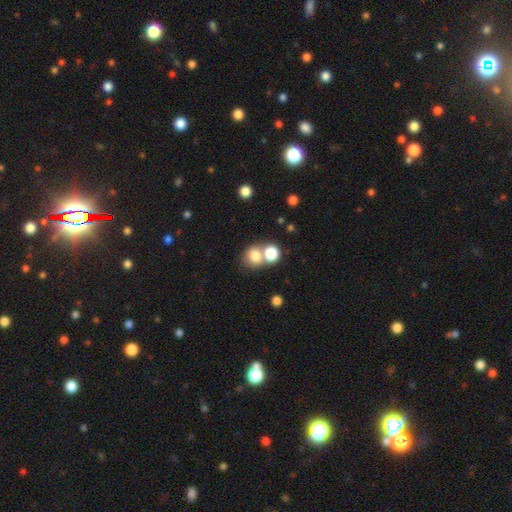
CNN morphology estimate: This appears to be a smooth galaxy with no disk features (78%) that is round (74%). Merging: merger (47%).